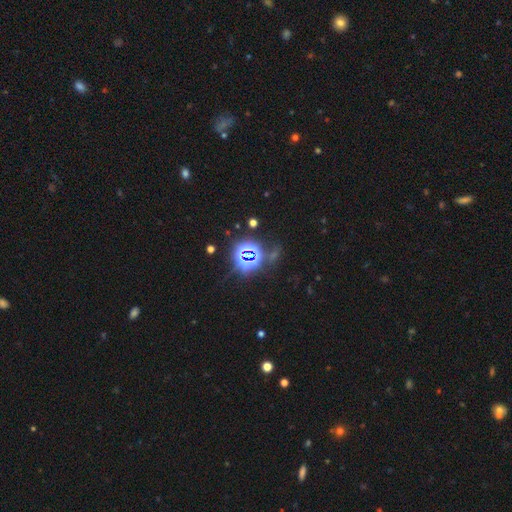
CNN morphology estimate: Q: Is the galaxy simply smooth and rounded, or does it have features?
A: star or artifact — 80%.